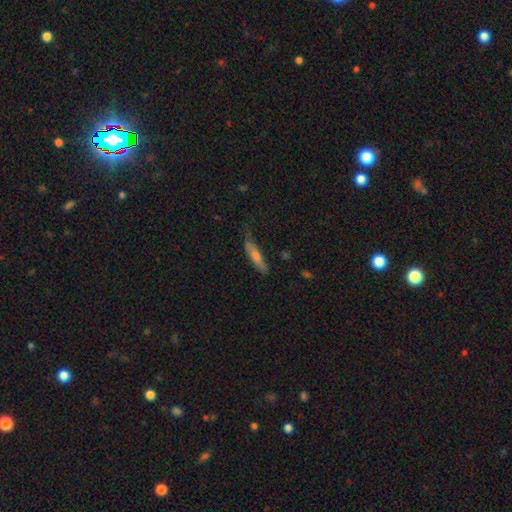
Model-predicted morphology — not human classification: Q: Smooth or featured?
A: smooth (53%); runner-up: featured or disk (40%)
Q: How rounded?
A: cigar-shaped (82%); runner-up: in between (16%)
Q: Merging?
A: none (65%); runner-up: minor disturbance (25%)